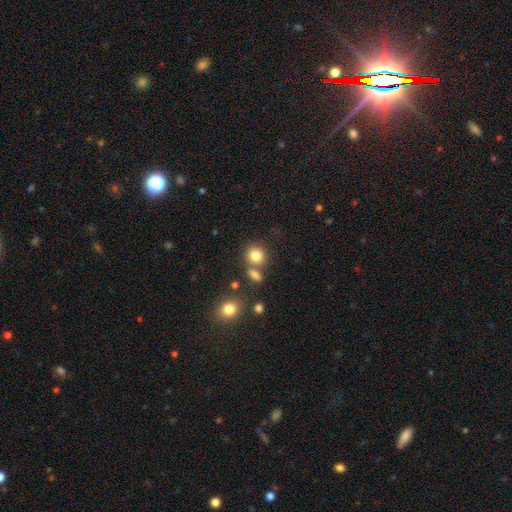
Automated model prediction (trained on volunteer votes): The model was most divided on "merging": none: 63%, merger: 22%, minor disturbance: 11%, major disturbance: 4%. More confident: smooth or featured — smooth (82%); how rounded — round (81%).